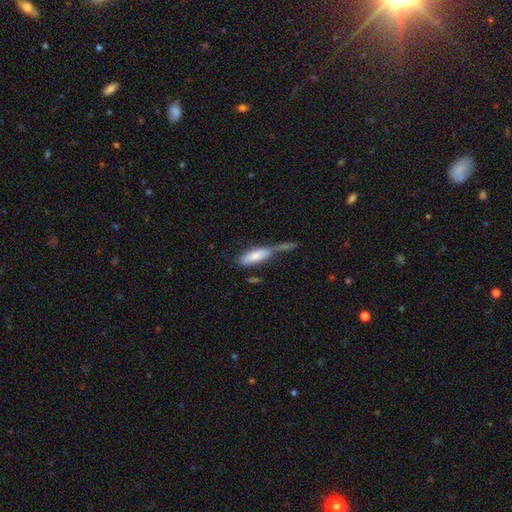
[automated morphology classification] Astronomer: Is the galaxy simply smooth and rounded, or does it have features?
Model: smooth — 74%.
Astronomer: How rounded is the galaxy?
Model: in between — 59% (runner-up: cigar-shaped, 39%).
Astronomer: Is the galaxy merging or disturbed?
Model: merger — 43% (runner-up: none, 25%).